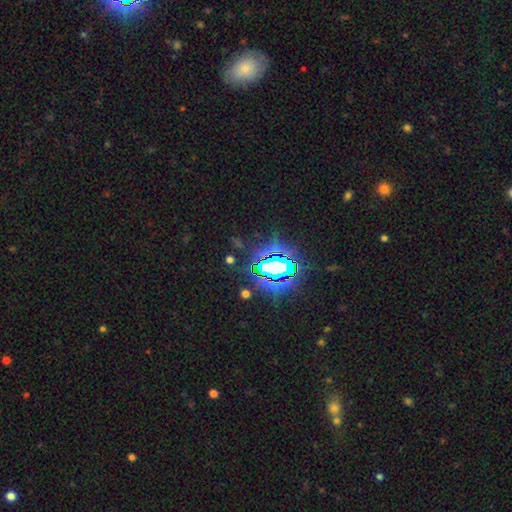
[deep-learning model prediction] Overall: star or artifact (81%).